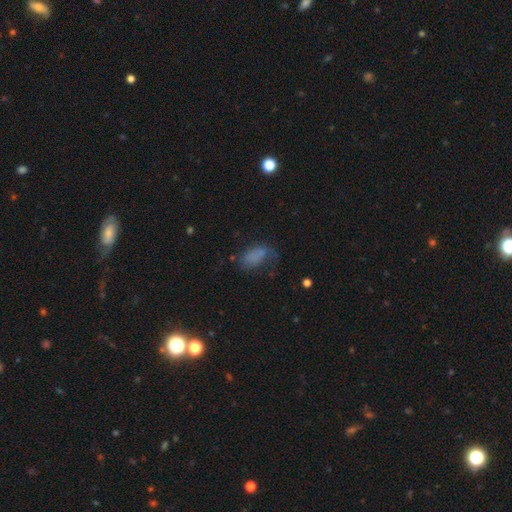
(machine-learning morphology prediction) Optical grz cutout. It shows a smooth galaxy with no disk features (68%) that is in between round and cigar-shaped (88%). Merging: none (42%).